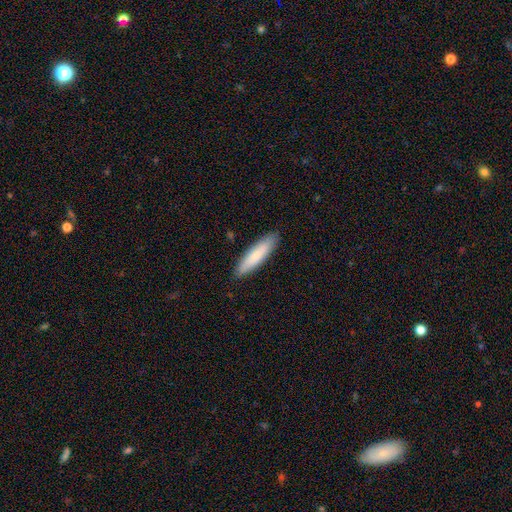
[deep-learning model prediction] smooth 80%, featured or disk 15%, star or artifact 5%. Down the decision tree: how rounded — cigar-shaped (75%); merging — none (89%).